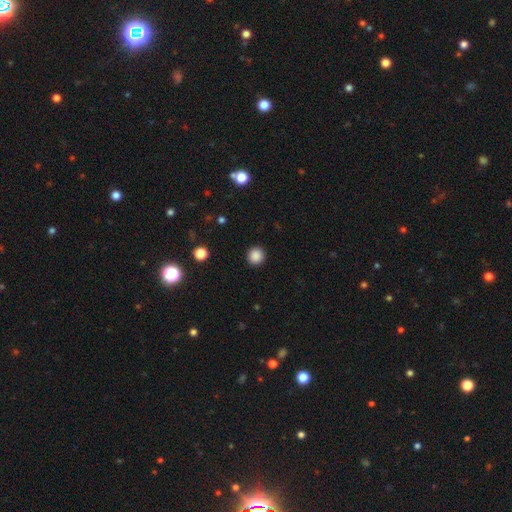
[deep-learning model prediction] smooth-or-featured: smooth: 87% | star or artifact: 11% | featured or disk: 3%
  how-rounded: round: 93% | in between: 6% | cigar-shaped: 1%
  merging: none: 92% | minor disturbance: 5% | major disturbance: 2% | merger: 1%